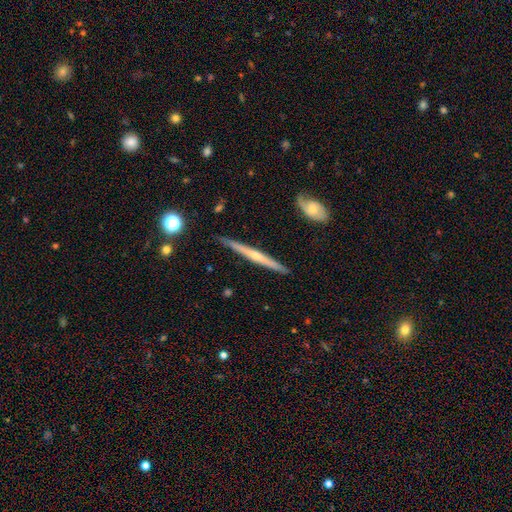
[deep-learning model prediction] Smooth or featured: featured or disk — 72% (smooth — 23%)
Edge-on disk: yes — 98% (no — 2%)
Edge-on bulge: rounded — 66% (none — 29%)
Merging: none — 89% (minor disturbance — 8%)